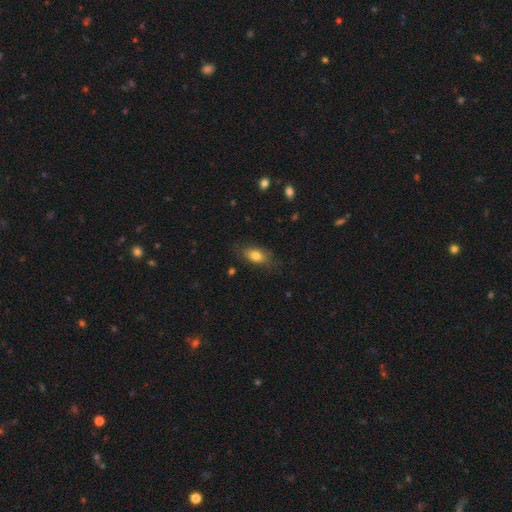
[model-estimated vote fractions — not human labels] The model was most divided on "merging": none: 76%, minor disturbance: 18%, major disturbance: 5%, merger: 1%. More confident: how rounded — in between (83%); smooth or featured — smooth (78%).